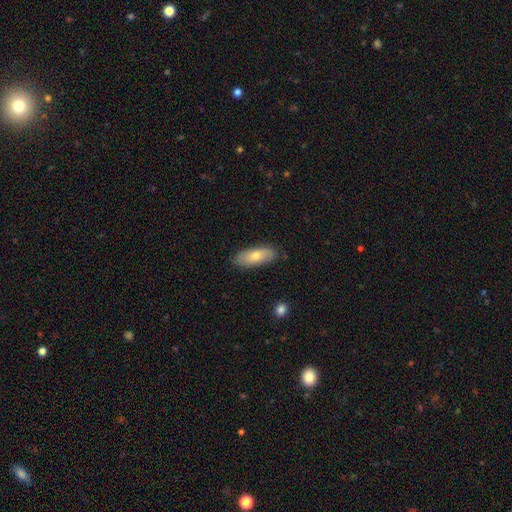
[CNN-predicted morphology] smooth-or-featured: smooth: 66% | featured or disk: 27% | star or artifact: 7%
  how-rounded: in between: 77% | cigar-shaped: 21% | round: 3%
  merging: none: 85% | minor disturbance: 12% | major disturbance: 2% | merger: 1%